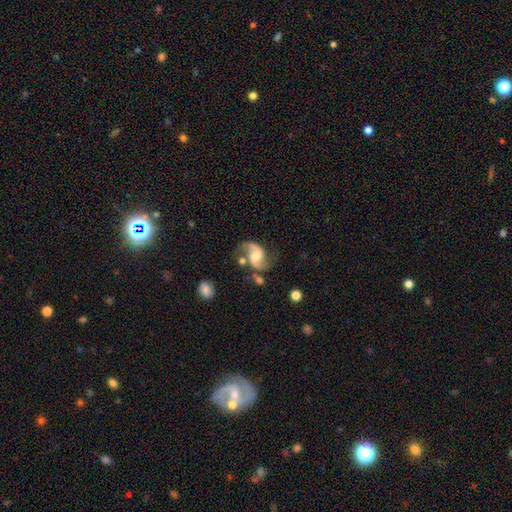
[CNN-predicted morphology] Q: Smooth or featured?
A: featured or disk (88%); runner-up: smooth (7%)
Q: Edge-on disk?
A: no (98%); runner-up: yes (2%)
Q: Bar?
A: no (47%); runner-up: weak (41%)
Q: Spiral arms?
A: yes (97%); runner-up: no (3%)
Q: Spiral winding?
A: loose (51%); runner-up: medium (41%)
Q: Spiral arm count?
A: 2 (93%); runner-up: 1 (2%)
Q: Bulge size?
A: moderate (48%); runner-up: small (25%)
Q: Merging?
A: none (65%); runner-up: minor disturbance (17%)